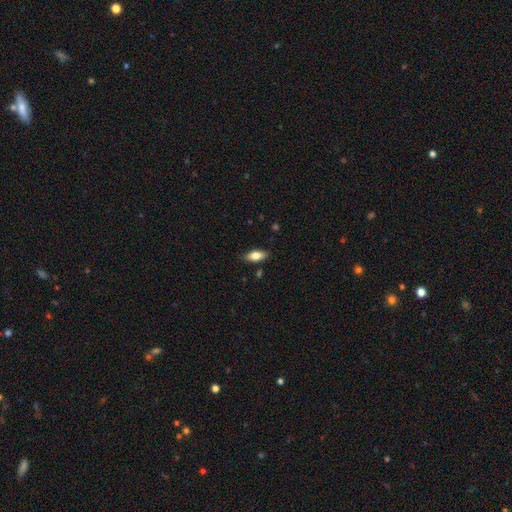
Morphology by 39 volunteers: Smooth or featured: smooth — 79% (featured or disk — 10%)
How rounded: in between — 90% (round — 6%)
Merging: none — 91% (minor disturbance — 9%)